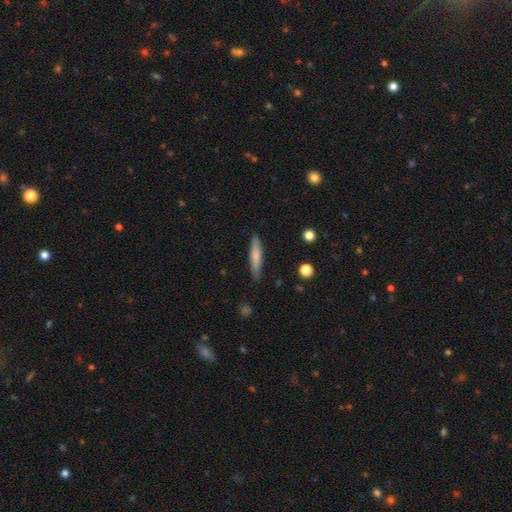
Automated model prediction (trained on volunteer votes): A smooth galaxy with no disk features (71%) that is cigar-shaped (87%). Merging: none (85%).